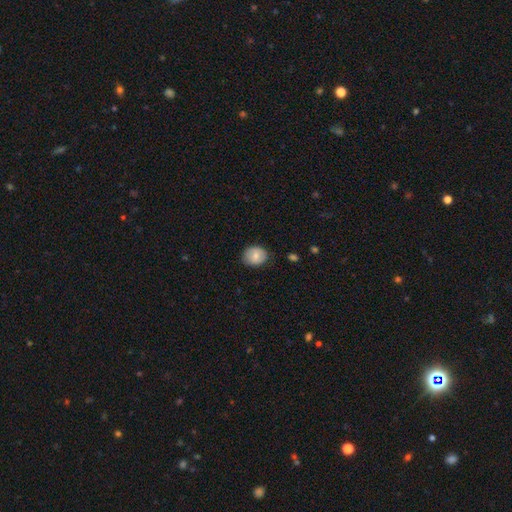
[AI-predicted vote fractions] A smooth galaxy with no disk features (74%) that is round (58%). Merging: none (80%).